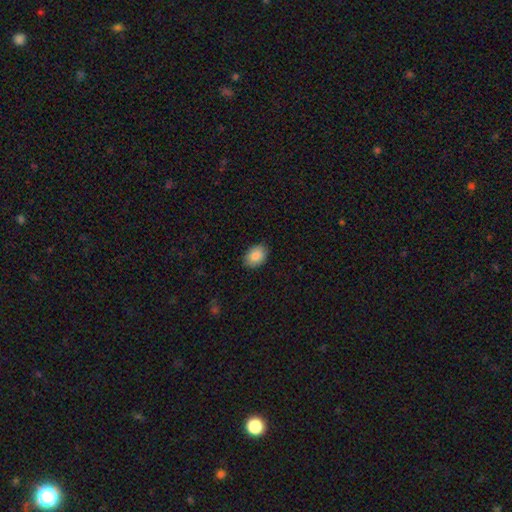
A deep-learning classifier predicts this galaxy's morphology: This appears to be a smooth galaxy with no disk features (87%) that is in between round and cigar-shaped (79%). Merging: none (88%).